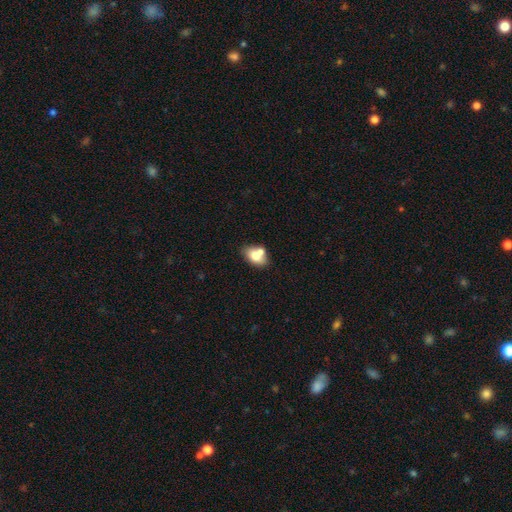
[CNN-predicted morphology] This is likely a smooth galaxy (72%). How rounded: clearly in between (81%). Merging: possibly none (53%).